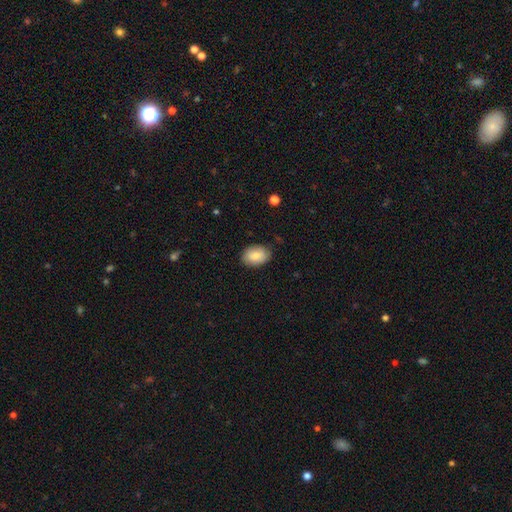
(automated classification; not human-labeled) This is clearly a smooth galaxy (83%). How rounded: clearly in between (83%). Merging: clearly none (84%).